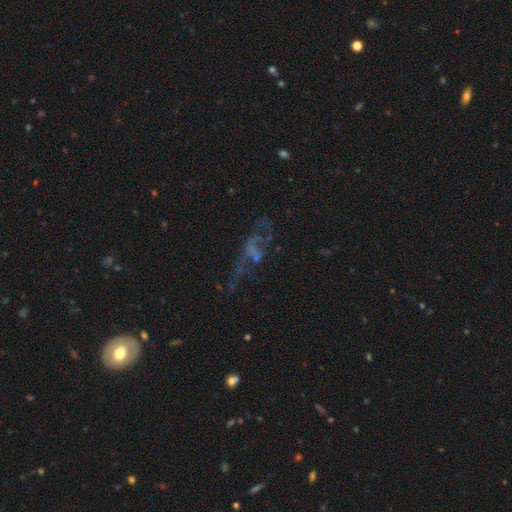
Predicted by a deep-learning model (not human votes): A featured or disk galaxy (50%). Merging: major disturbance (40%).